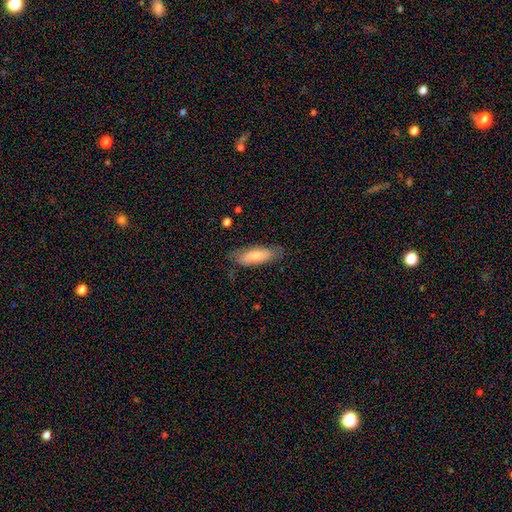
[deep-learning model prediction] Smooth or featured: smooth — 71% (featured or disk — 23%)
How rounded: in between — 57% (cigar-shaped — 41%)
Merging: none — 69% (minor disturbance — 23%)